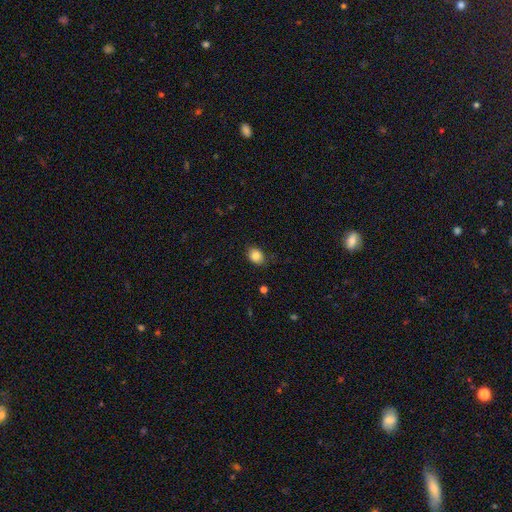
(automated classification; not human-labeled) This is clearly a smooth galaxy (85%). How rounded: possibly in between (53%). Merging: clearly none (82%).